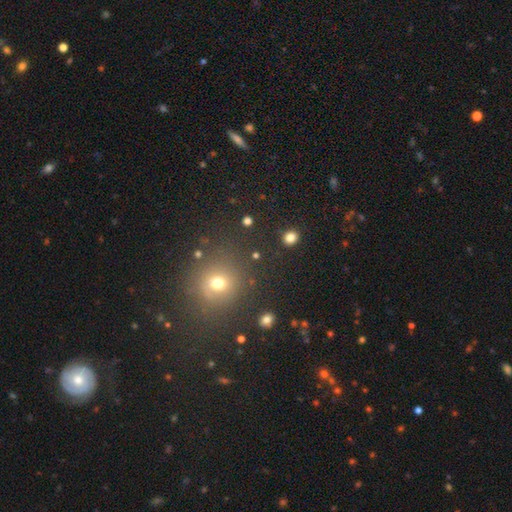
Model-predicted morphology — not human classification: This is likely a smooth galaxy (63%). How rounded: clearly round (86%). Merging: clearly none (86%).